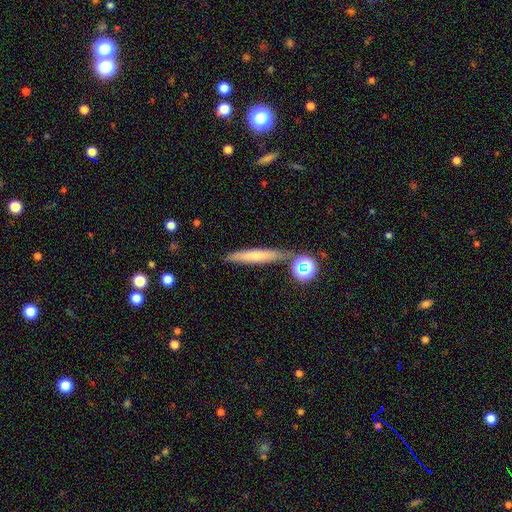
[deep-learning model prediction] smooth_or_featured: smooth (p=0.62) [alt: featured or disk p=0.29]
how_rounded: cigar-shaped (p=0.90) [alt: in between p=0.07]
merging: none (p=0.77) [alt: minor disturbance p=0.12]